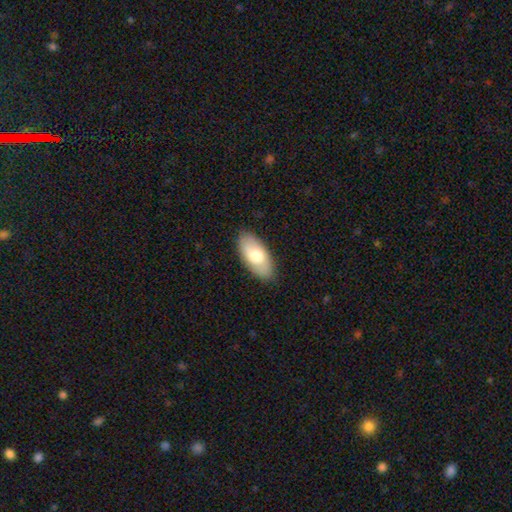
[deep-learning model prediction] smooth_or_featured: smooth (p=0.73) [alt: featured or disk p=0.21]
how_rounded: in between (p=0.93) [alt: cigar-shaped p=0.05]
merging: none (p=0.86) [alt: minor disturbance p=0.10]